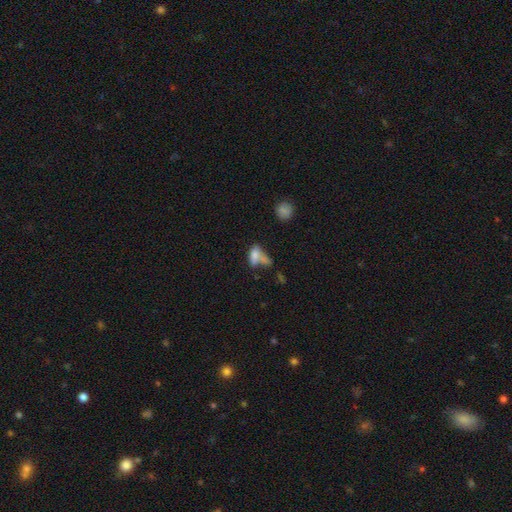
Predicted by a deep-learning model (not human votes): smooth-or-featured: smooth: 67% | featured or disk: 21% | star or artifact: 12%
  how-rounded: in between: 80% | cigar-shaped: 12% | round: 7%
  merging: merger: 40% | none: 28% | major disturbance: 17% | minor disturbance: 16%